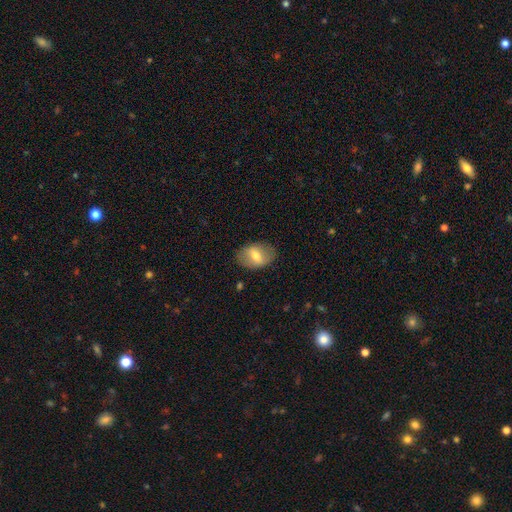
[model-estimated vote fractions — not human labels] The model was most divided on "smooth or featured": smooth: 57%, featured or disk: 35%, star or artifact: 7%. More confident: merging — none (83%); how rounded — in between (79%).